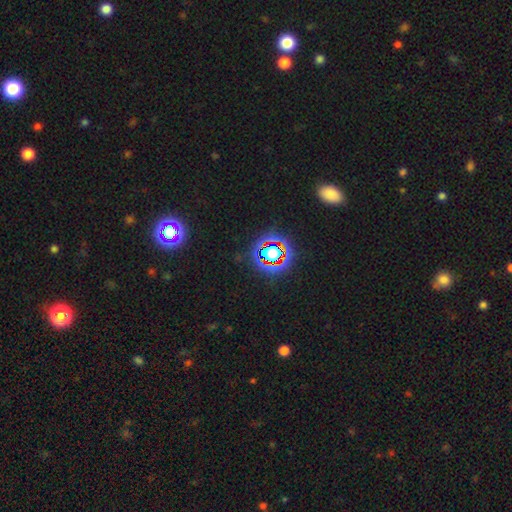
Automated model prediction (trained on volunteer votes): This appears to be a star or artifact, not a galaxy (76%).